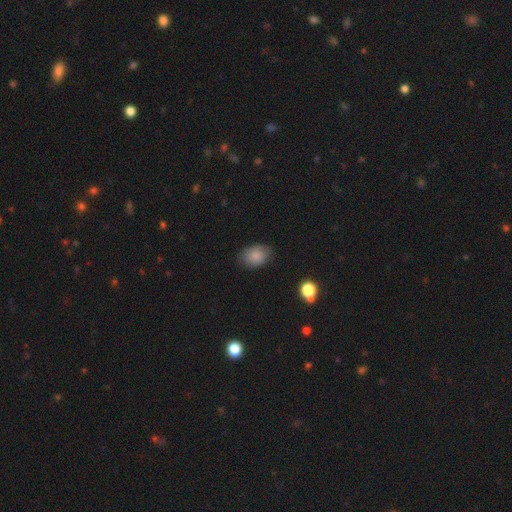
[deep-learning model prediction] This is clearly a smooth galaxy (85%). How rounded: likely in between (76%). Merging: likely none (77%).